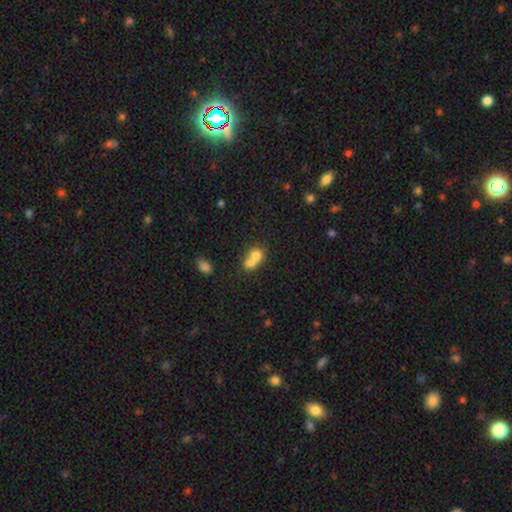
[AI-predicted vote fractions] Morphology: type=smooth (72%); roundness=round (65%); merging=merger (72%).